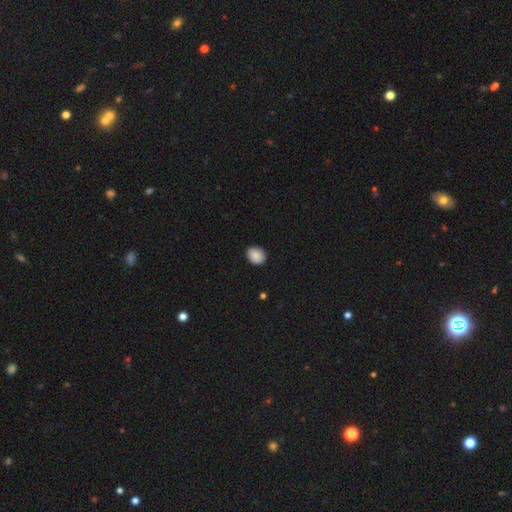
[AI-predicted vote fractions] Overall: smooth (88%). How rounded: round (55%; in between 44%). Merging: none (87%).